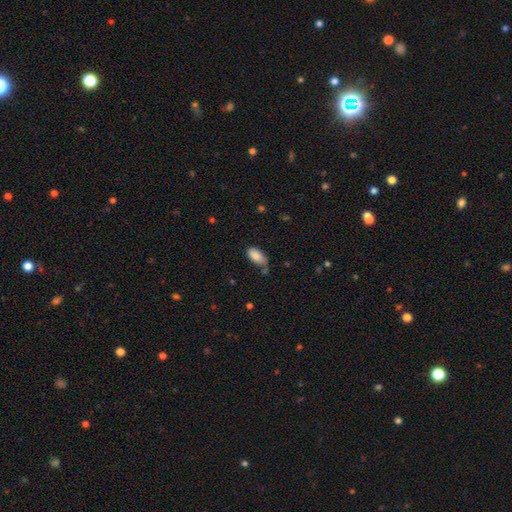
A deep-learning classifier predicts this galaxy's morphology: Smooth or featured: smooth — 86% (star or artifact — 7%)
How rounded: in between — 93% (cigar-shaped — 4%)
Merging: none — 56% (minor disturbance — 29%)